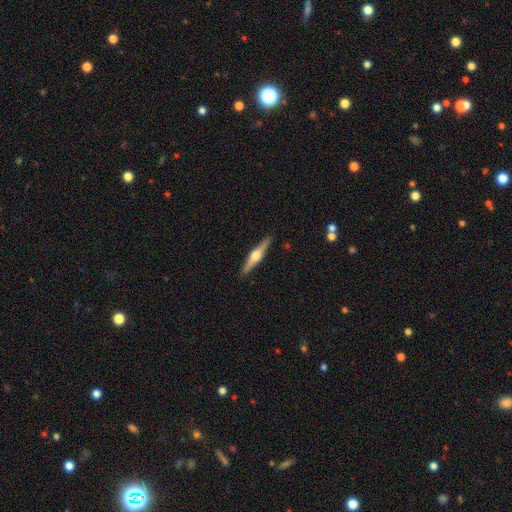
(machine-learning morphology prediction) type=featured or disk (72%); edge-on=yes (98%); edge-on bulge=rounded (94%); merging=none (91%).